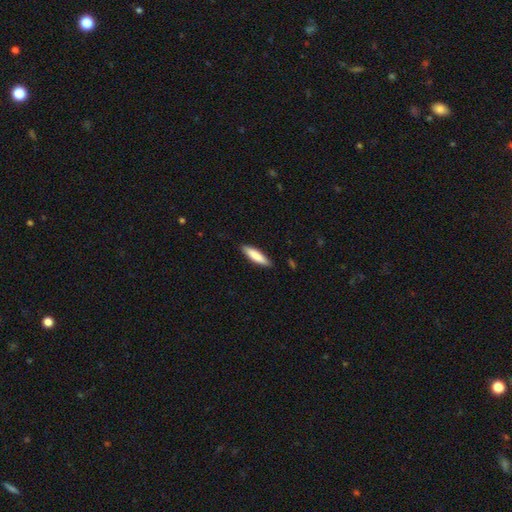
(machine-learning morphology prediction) Smooth or featured?
  - smooth: 80% *
  - featured or disk: 15%
  - star or artifact: 5%
How rounded?
  - cigar-shaped: 72% *
  - in between: 26%
  - round: 1%
Merging?
  - none: 87% *
  - minor disturbance: 10%
  - major disturbance: 2%
  - merger: 1%